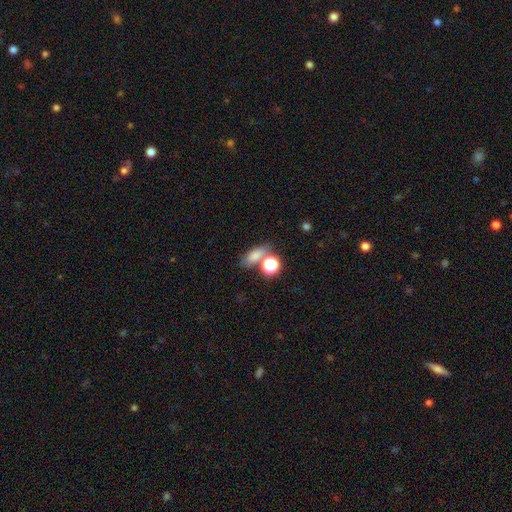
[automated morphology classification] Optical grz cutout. It shows a smooth galaxy with no disk features (73%) that is in between round and cigar-shaped (68%). Merging: none (55%).